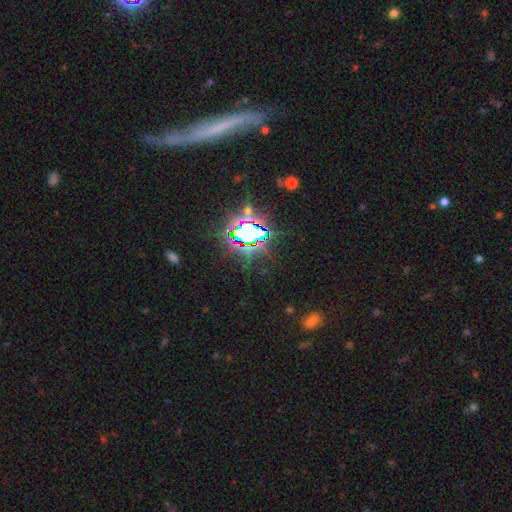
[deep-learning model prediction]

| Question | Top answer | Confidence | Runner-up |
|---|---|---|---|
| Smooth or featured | star or artifact | 60% | smooth (21%) |